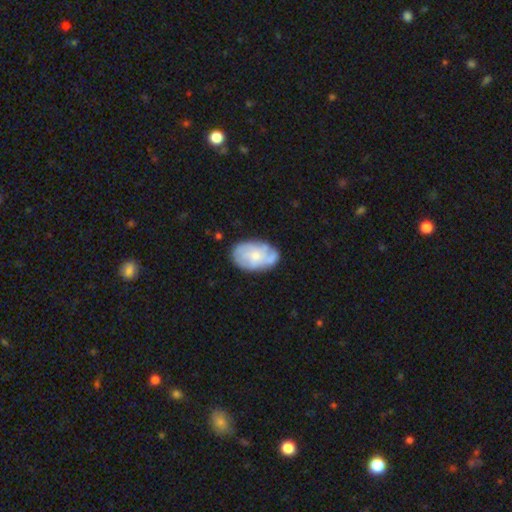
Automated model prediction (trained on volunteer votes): This is possibly a featured or disk galaxy (53%). It is clearly not viewed edge-on (96%). Bar: likely no (78%). Spiral arm pattern: likely yes (68%). Central bulge: possibly small (52%). Merging: likely none (67%).